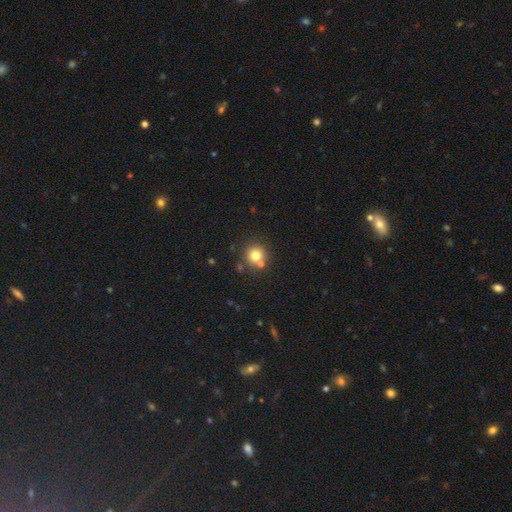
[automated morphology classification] A smooth galaxy with no disk features (77%) that is round (93%). Merging: none (73%).